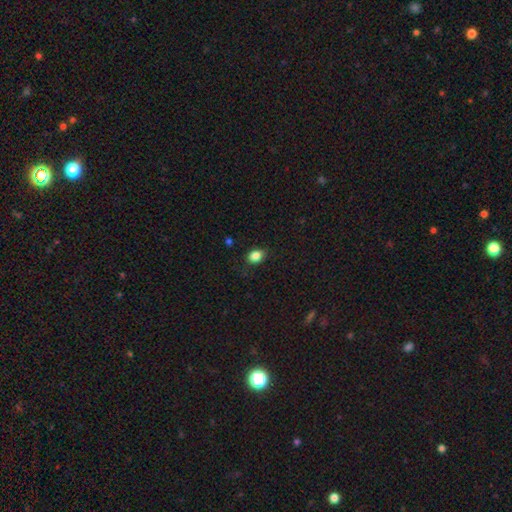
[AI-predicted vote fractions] smooth 86%, star or artifact 10%, featured or disk 5%. Down the decision tree: how rounded — in between (65%); merging — none (83%).